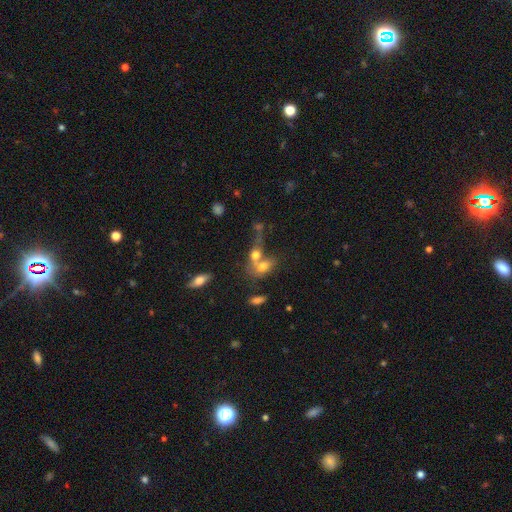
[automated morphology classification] This appears to be a smooth galaxy with no disk features (65%) that is in between round and cigar-shaped (65%). Merging: merger (65%).